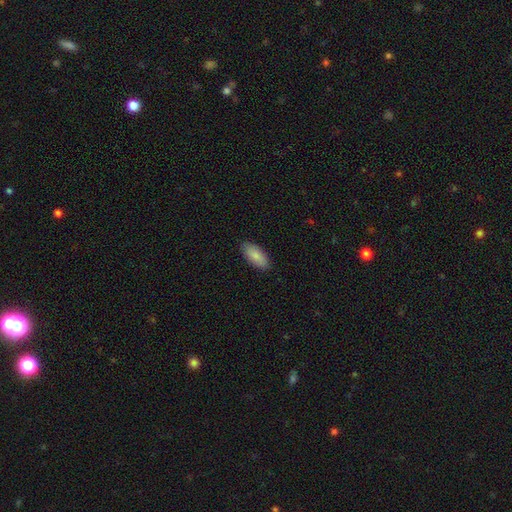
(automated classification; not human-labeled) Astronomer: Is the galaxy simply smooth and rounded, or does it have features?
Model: smooth — 87%.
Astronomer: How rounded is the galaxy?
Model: in between — 88%.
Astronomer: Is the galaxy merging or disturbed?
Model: none — 88%.